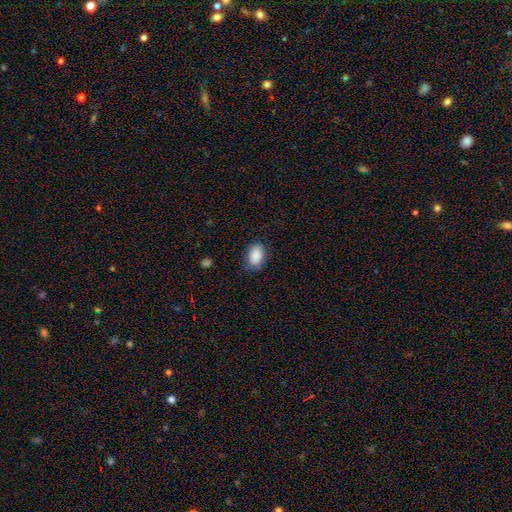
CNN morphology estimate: smooth-or-featured: smooth: 88% | star or artifact: 7% | featured or disk: 5%
  how-rounded: in between: 85% | round: 14% | cigar-shaped: 1%
  merging: none: 78% | minor disturbance: 16% | major disturbance: 4% | merger: 1%